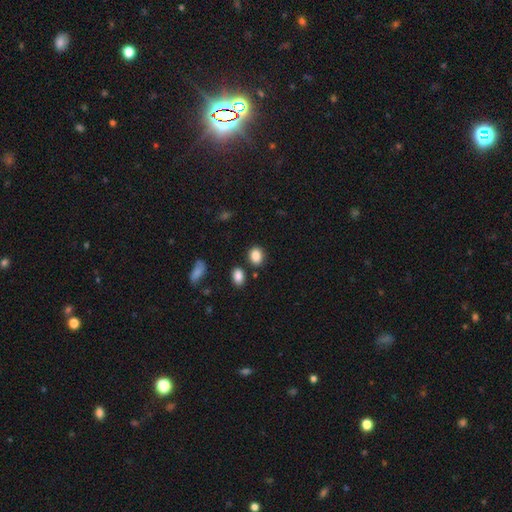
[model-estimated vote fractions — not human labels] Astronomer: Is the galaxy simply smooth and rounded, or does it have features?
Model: smooth — 87%.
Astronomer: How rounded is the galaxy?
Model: in between — 57% (runner-up: round, 42%).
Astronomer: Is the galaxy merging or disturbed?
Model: none — 79%.